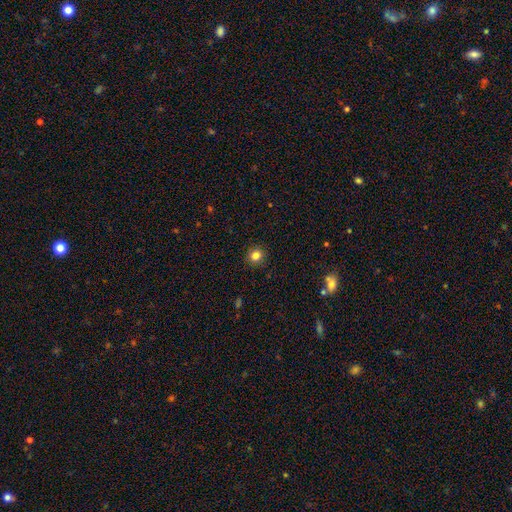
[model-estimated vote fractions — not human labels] A smooth galaxy with no disk features (82%) that is round (89%).

Vote fractions:
- Smooth or featured? smooth: 82% / star or artifact: 12% / featured or disk: 6%
- How rounded? round: 89% / in between: 10% / cigar-shaped: 1%
- Merging? none: 91% / minor disturbance: 6% / major disturbance: 2% / merger: 1%